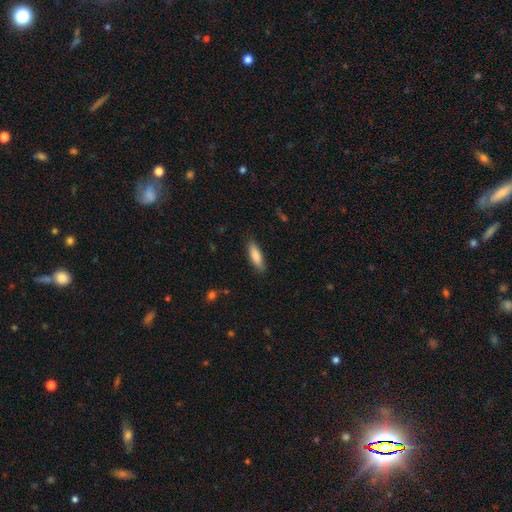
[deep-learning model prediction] The model was most divided on "how rounded" (2-way tie): cigar-shaped: 49%, in between: 49%, round: 2%. More confident: merging — none (86%); smooth or featured — smooth (82%).